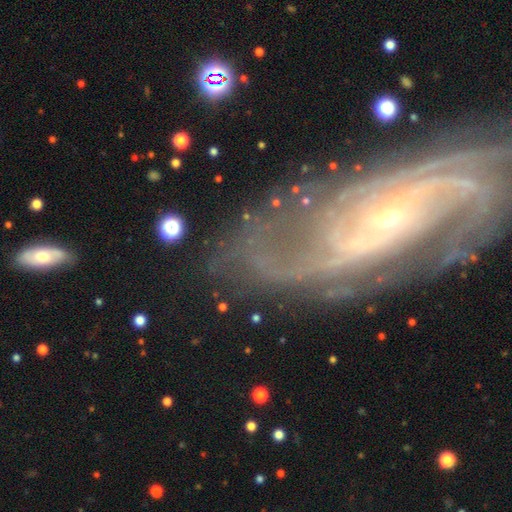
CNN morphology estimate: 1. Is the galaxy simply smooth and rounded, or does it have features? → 70% featured or disk, 15% star or artifact, 14% smooth.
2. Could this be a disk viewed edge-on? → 92% no, 8% yes.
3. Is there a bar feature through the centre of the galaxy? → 58% no, 26% weak, 16% strong.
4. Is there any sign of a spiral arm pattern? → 77% yes, 23% no.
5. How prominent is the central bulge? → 54% small, 30% moderate, 9% none, 5% large, 3% dominant.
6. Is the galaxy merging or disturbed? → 60% none, 18% major disturbance, 16% minor disturbance, 5% merger.